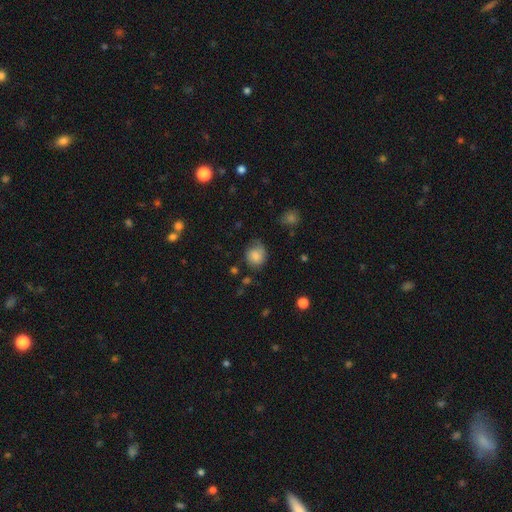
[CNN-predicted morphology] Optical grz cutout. It shows a smooth galaxy with no disk features (78%) that is round (72%). Merging: none (59%).